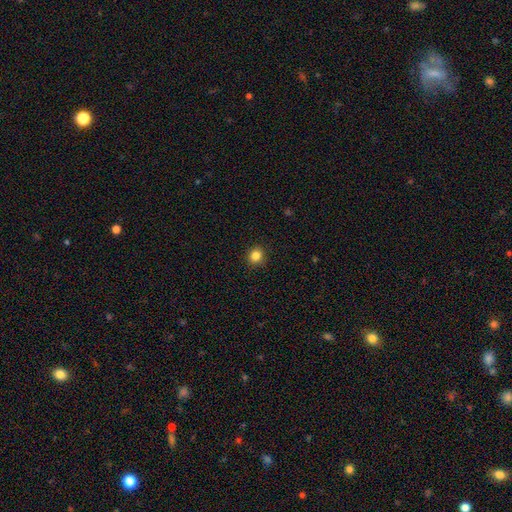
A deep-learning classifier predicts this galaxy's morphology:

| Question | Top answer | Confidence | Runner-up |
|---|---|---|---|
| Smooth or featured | smooth | 83% | star or artifact (12%) |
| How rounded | round | 85% | in between (14%) |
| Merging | none | 91% | minor disturbance (6%) |